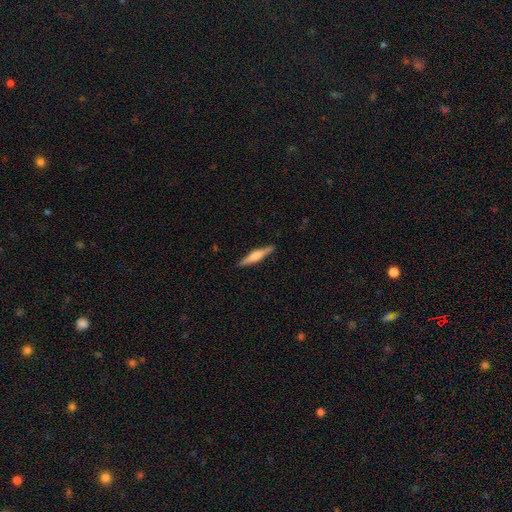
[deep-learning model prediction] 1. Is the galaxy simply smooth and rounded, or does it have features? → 55% featured or disk, 40% smooth, 5% star or artifact.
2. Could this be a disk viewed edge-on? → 97% yes, 3% no.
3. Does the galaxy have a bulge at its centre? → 72% rounded, 20% boxy, 8% none.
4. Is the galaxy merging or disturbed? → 90% none, 8% minor disturbance, 2% major disturbance, 1% merger.